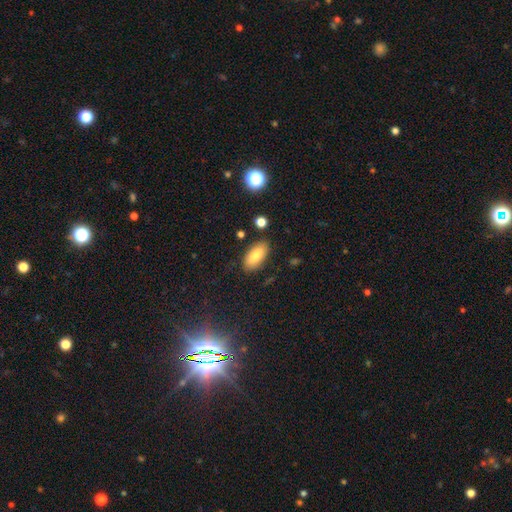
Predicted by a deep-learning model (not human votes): smooth-or-featured: smooth: 82% | featured or disk: 11% | star or artifact: 8%
  how-rounded: in between: 88% | cigar-shaped: 9% | round: 2%
  merging: none: 84% | minor disturbance: 11% | major disturbance: 3% | merger: 2%